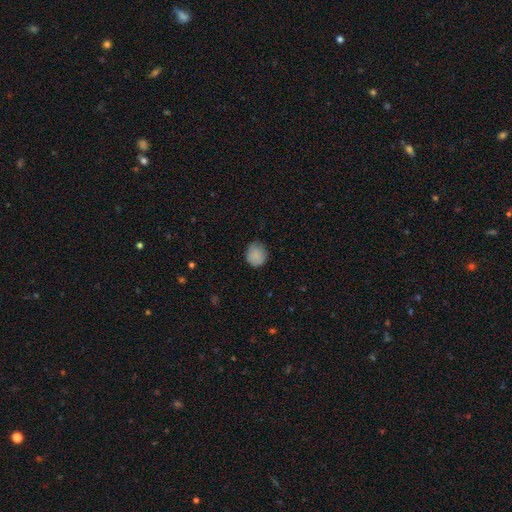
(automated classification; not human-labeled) A smooth galaxy with no disk features (87%) that is round (80%). Merging: none (76%).